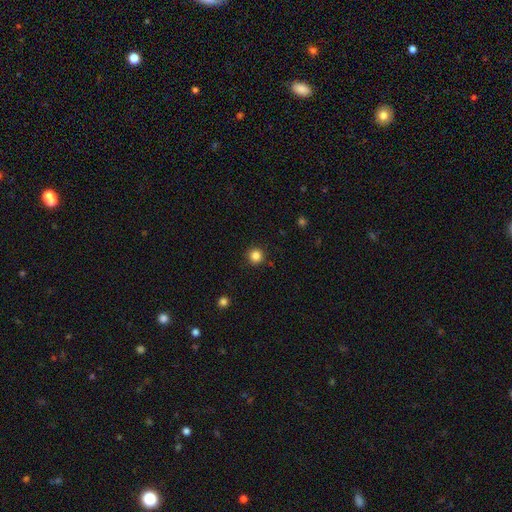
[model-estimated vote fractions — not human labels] smooth_or_featured: smooth (p=0.85) [alt: star or artifact p=0.12]
how_rounded: round (p=0.95) [alt: in between p=0.04]
merging: none (p=0.92) [alt: minor disturbance p=0.05]